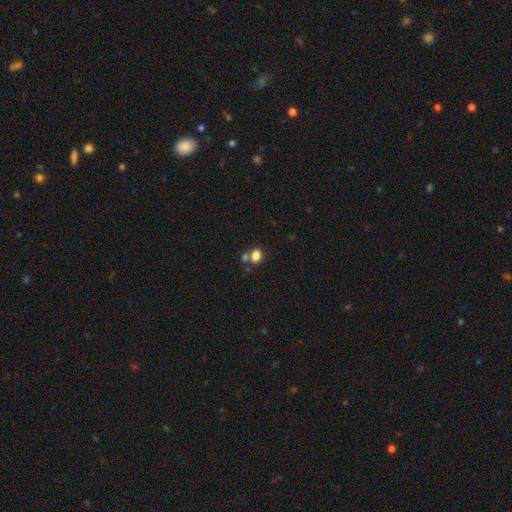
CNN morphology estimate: The model was most divided on "merging": none: 52%, merger: 33%, minor disturbance: 11%, major disturbance: 4%. More confident: smooth or featured — smooth (81%); how rounded — in between (59%).